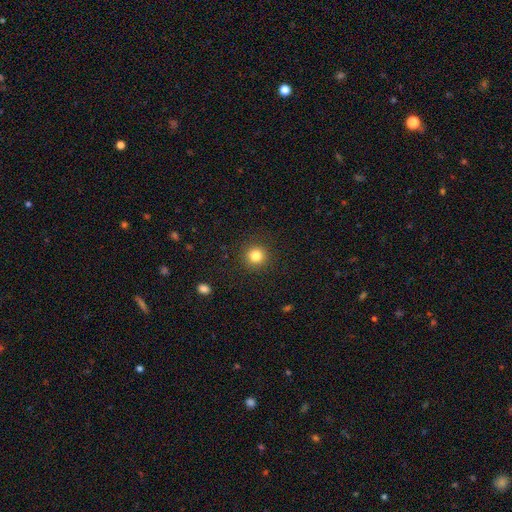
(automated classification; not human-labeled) This appears to be a smooth galaxy with no disk features (83%) that is round (94%). Merging: none (91%).